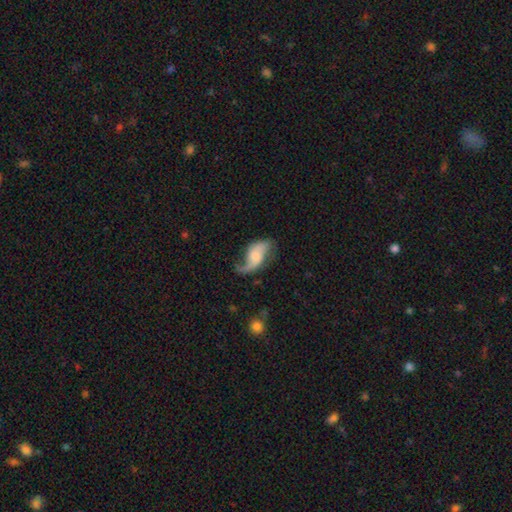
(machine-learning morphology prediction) Smooth or featured? featured or disk (73%)
Edge-on disk? no (96%)
Bar? no (55%)
Spiral arms? yes (93%)
Spiral winding? loose (76%)
Spiral arm count? 2 (73%)
Bulge size? small (35%)
Merging? none (52%)